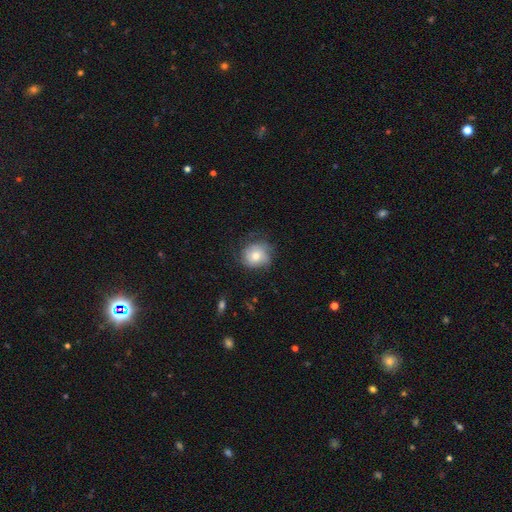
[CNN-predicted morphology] Q: Smooth or featured?
A: smooth (59%); runner-up: featured or disk (32%)
Q: How rounded?
A: round (84%); runner-up: in between (15%)
Q: Merging?
A: none (65%); runner-up: minor disturbance (24%)